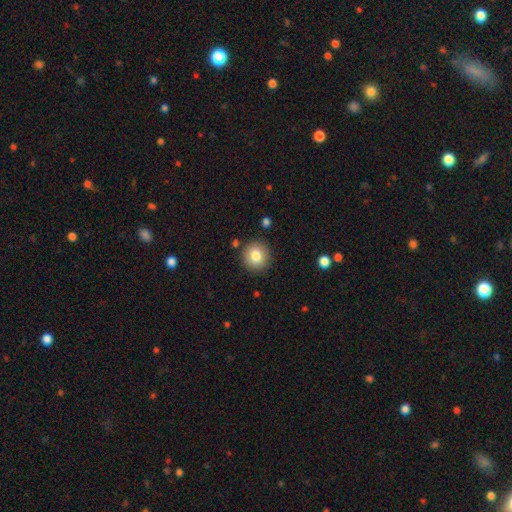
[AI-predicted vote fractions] A smooth galaxy with no disk features (81%) that is round (91%).

Vote fractions:
- Smooth or featured? smooth: 81% / star or artifact: 9% / featured or disk: 9%
- How rounded? round: 91% / in between: 8% / cigar-shaped: 1%
- Merging? none: 88% / minor disturbance: 7% / major disturbance: 2% / merger: 2%